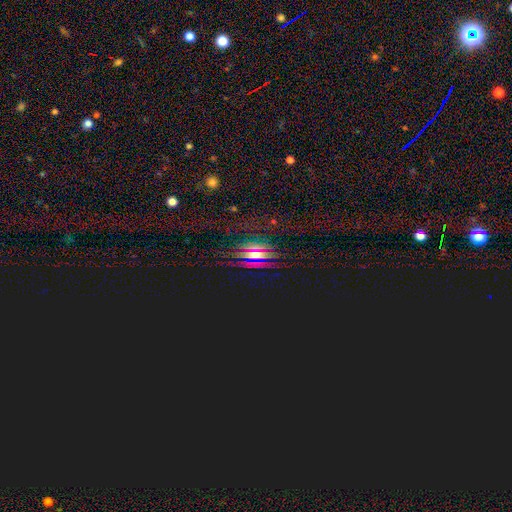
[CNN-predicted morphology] Smooth or featured?
  - star or artifact: 61% *
  - smooth: 22%
  - featured or disk: 17%